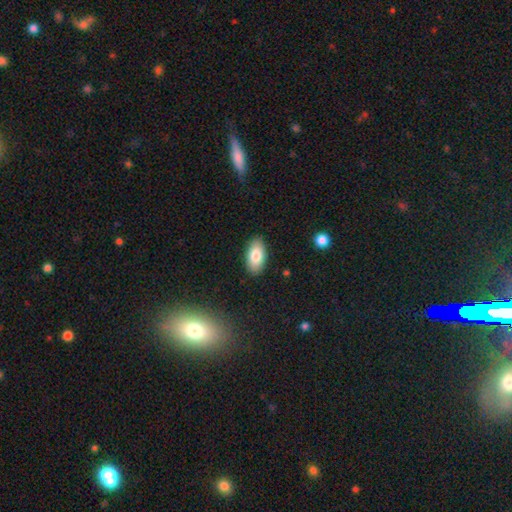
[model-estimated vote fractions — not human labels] Smooth or featured? smooth (82%)
How rounded? in between (93%)
Merging? none (88%)